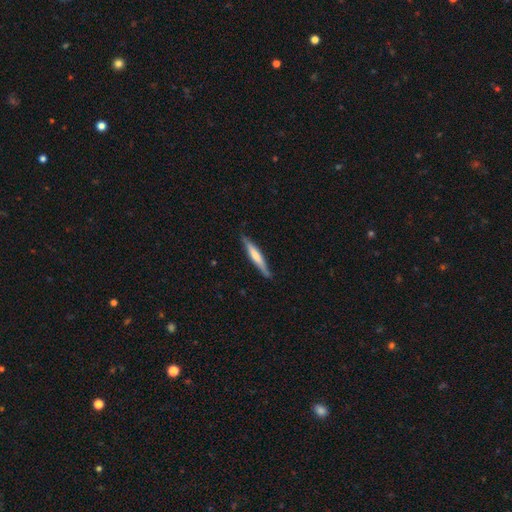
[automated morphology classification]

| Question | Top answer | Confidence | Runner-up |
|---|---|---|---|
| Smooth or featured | smooth | 52% | featured or disk (43%) |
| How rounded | cigar-shaped | 93% | in between (6%) |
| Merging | none | 83% | minor disturbance (13%) |